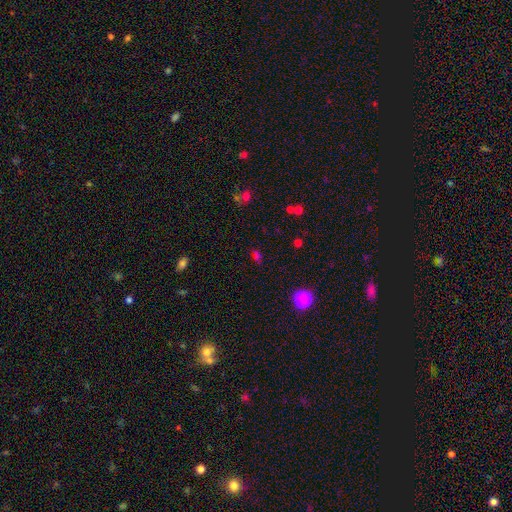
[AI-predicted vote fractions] Q: Smooth or featured?
A: smooth (50%); runner-up: star or artifact (42%)
Q: Merging?
A: none (73%); runner-up: minor disturbance (14%)